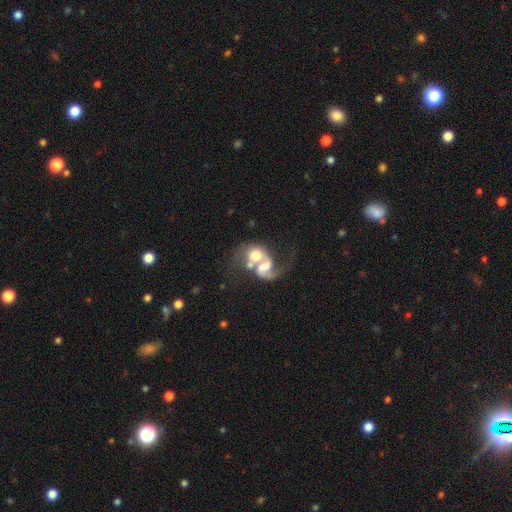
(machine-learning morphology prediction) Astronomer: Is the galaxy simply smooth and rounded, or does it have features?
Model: featured or disk — 68%.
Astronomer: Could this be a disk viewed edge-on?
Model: no — 97%.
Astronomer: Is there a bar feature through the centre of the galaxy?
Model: no — 56%.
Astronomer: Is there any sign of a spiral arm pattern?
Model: yes — 80%.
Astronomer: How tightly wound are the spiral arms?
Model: loose — 62%.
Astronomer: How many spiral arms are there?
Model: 2 — 51% (runner-up: 1, 39%).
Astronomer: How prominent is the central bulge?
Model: moderate — 39% (runner-up: large, 29%).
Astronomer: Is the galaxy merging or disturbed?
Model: merger — 72%.